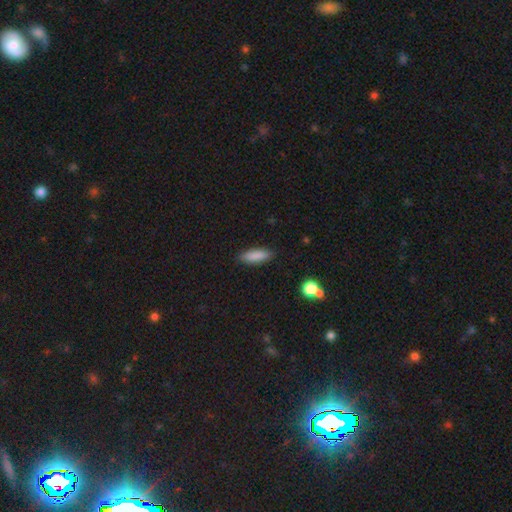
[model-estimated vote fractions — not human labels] This is clearly a smooth galaxy (86%). How rounded: possibly in between (51%). Merging: clearly none (87%).